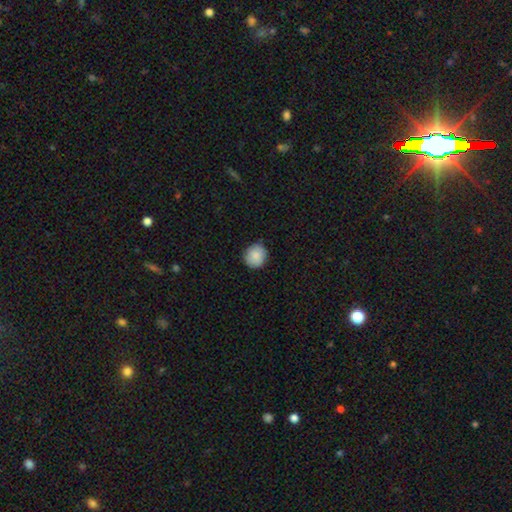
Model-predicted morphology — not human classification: This is clearly a smooth galaxy (87%). How rounded: clearly round (85%). Merging: clearly none (85%).